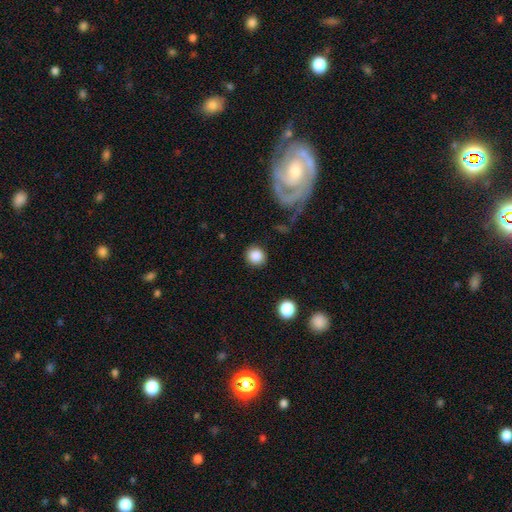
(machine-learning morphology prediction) Q: Smooth or featured?
A: smooth (85%); runner-up: star or artifact (9%)
Q: How rounded?
A: round (90%); runner-up: in between (9%)
Q: Merging?
A: none (85%); runner-up: minor disturbance (8%)